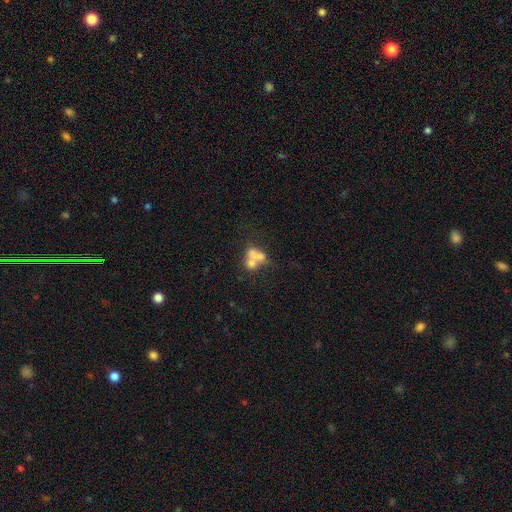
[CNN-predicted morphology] Smooth or featured?
  - smooth: 52% *
  - featured or disk: 35%
  - star or artifact: 13%
How rounded?
  - in between: 57% *
  - round: 40%
  - cigar-shaped: 3%
Merging?
  - merger: 62% *
  - none: 21%
  - major disturbance: 9%
  - minor disturbance: 8%